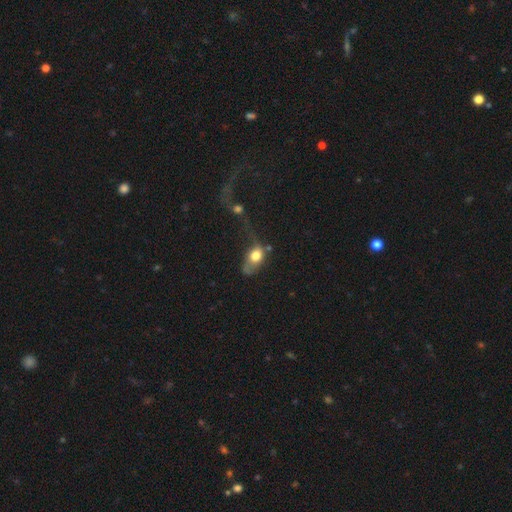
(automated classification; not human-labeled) This appears to be a smooth galaxy with no disk features (69%) that is in between round and cigar-shaped (75%). Merging: major disturbance (37%).